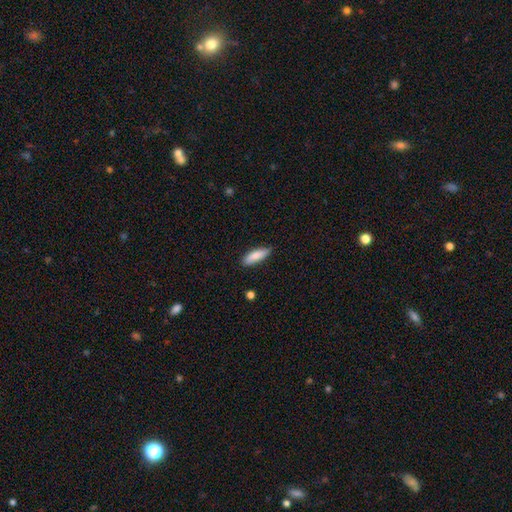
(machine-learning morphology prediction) smooth_or_featured: smooth (p=0.83) [alt: featured or disk p=0.11]
how_rounded: in between (p=0.51) [alt: cigar-shaped p=0.48]
merging: none (p=0.80) [alt: minor disturbance p=0.16]